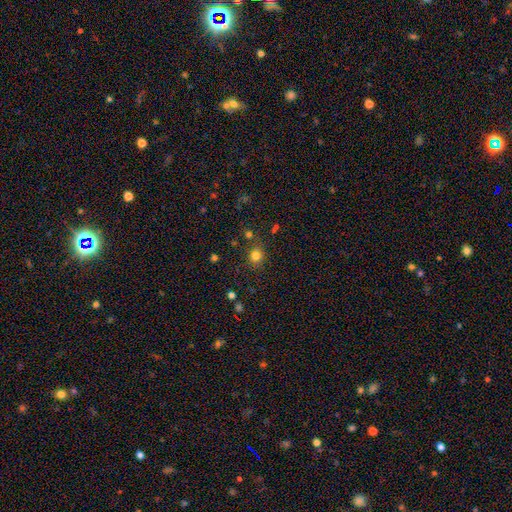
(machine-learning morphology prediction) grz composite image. It shows a smooth galaxy with no disk features (79%) that is round (80%). Merging: none (80%).